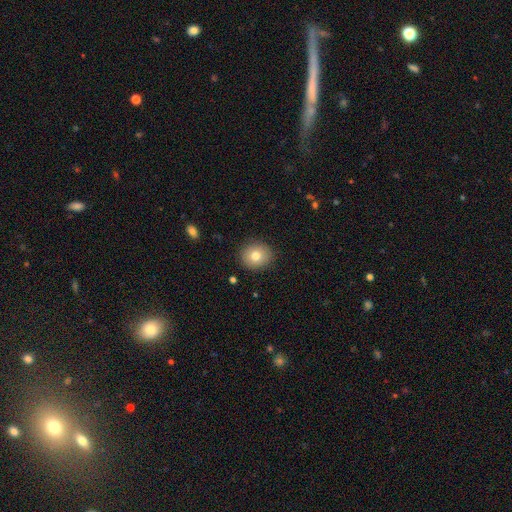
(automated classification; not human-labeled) smooth_or_featured: smooth (p=0.77) [alt: featured or disk p=0.13]
how_rounded: round (p=0.79) [alt: in between p=0.20]
merging: none (p=0.89) [alt: minor disturbance p=0.08]